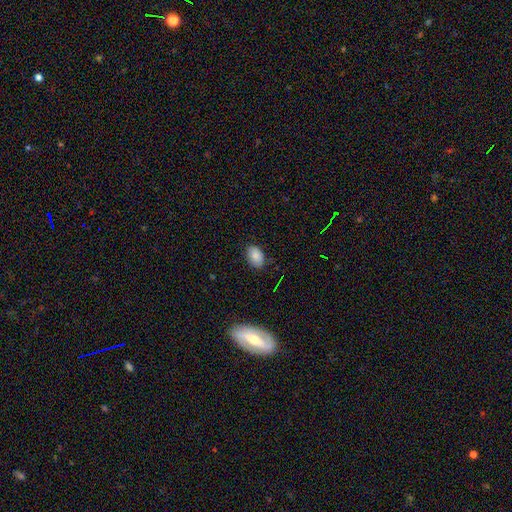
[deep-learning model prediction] This is clearly a smooth galaxy (84%). How rounded: clearly in between (86%). Merging: clearly none (83%).